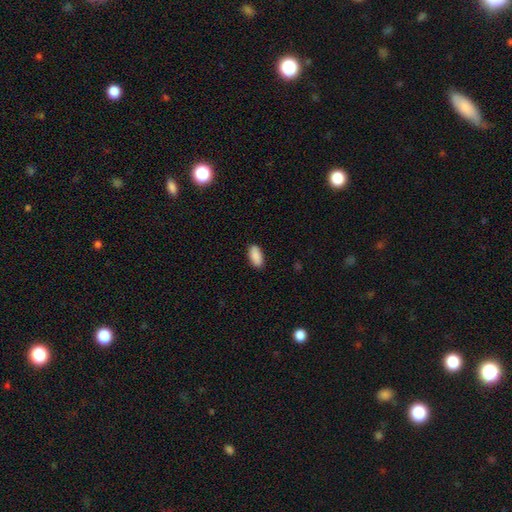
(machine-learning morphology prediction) A smooth galaxy with no disk features (91%) that is in between round and cigar-shaped (92%). Merging: none (89%).